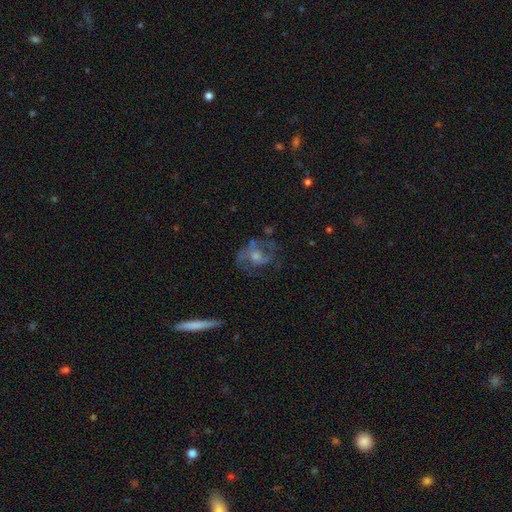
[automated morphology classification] A featured or disk galaxy (73%) with no bar (68%), 2 (54%) medium (49%) spiral arms (81%) and a moderate central bulge (57%). Merging: none (63%).